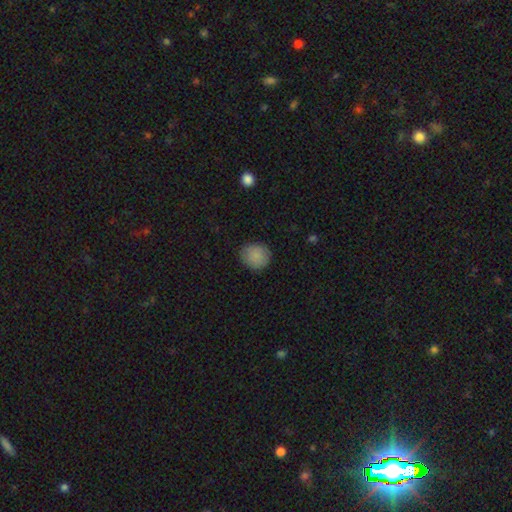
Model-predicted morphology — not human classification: A smooth galaxy with no disk features (87%) that is round (84%). Merging: none (85%).